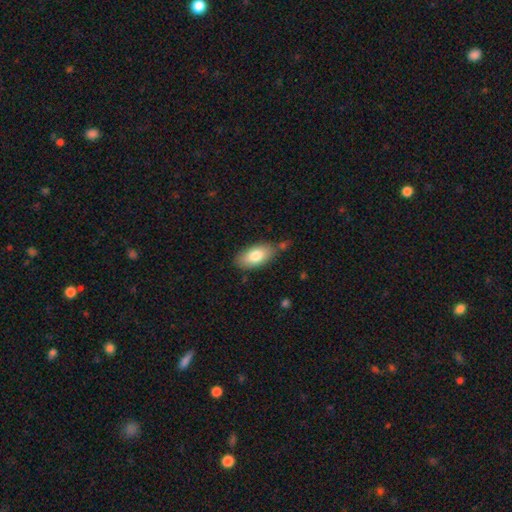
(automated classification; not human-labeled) smooth_or_featured: smooth (p=0.79) [alt: featured or disk p=0.15]
how_rounded: in between (p=0.91) [alt: cigar-shaped p=0.06]
merging: none (p=0.75) [alt: minor disturbance p=0.16]